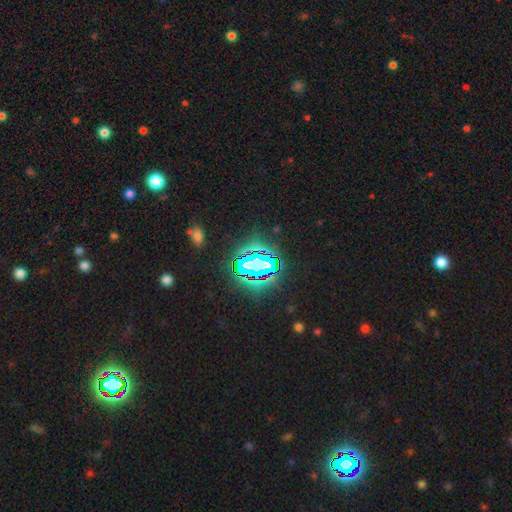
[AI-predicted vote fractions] Smooth or featured? Predicted: star or artifact (p=0.80).